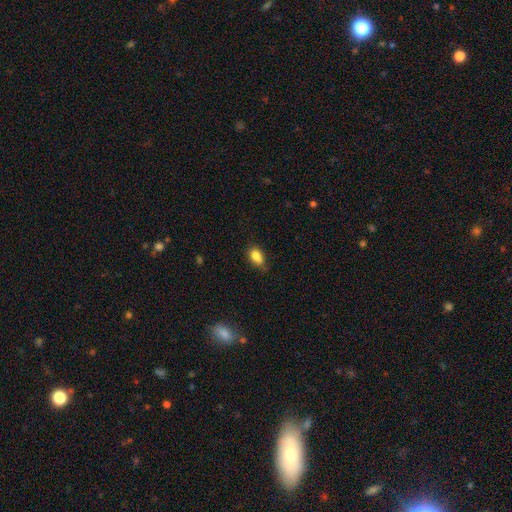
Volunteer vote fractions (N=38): Overall: smooth (92%). How rounded: in between (86%). Merging: none (57%; minor disturbance 27%).